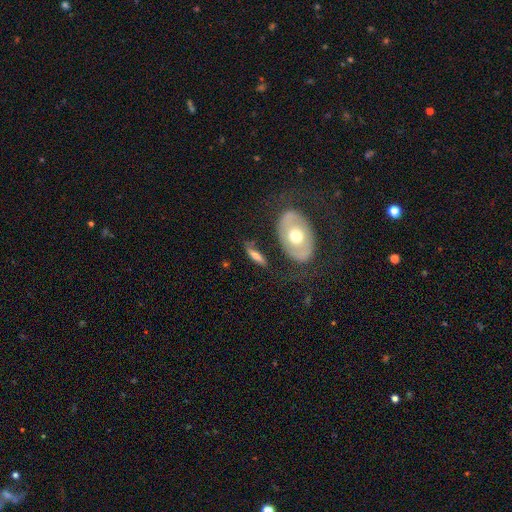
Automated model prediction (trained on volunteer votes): Q: Smooth or featured?
A: smooth (49%); runner-up: featured or disk (44%)
Q: Merging?
A: none (71%); runner-up: minor disturbance (16%)